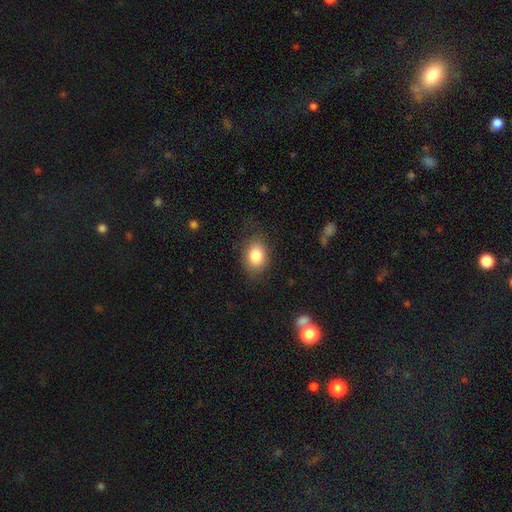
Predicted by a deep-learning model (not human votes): The model was most divided on "how rounded": in between: 69%, round: 30%, cigar-shaped: 1%. More confident: smooth or featured — smooth (83%); merging — none (76%).